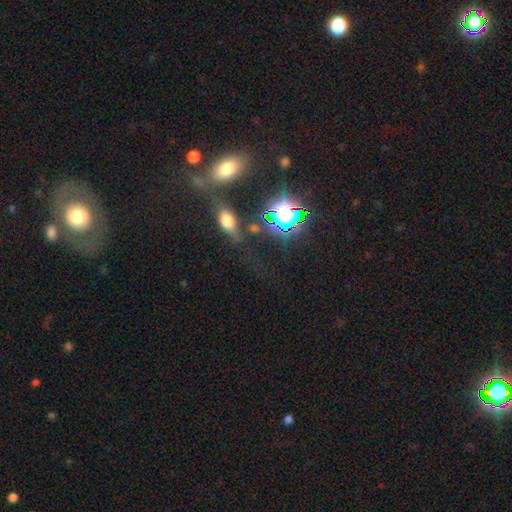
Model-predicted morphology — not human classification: smooth_or_featured: star or artifact (p=0.44) [alt: smooth p=0.28]